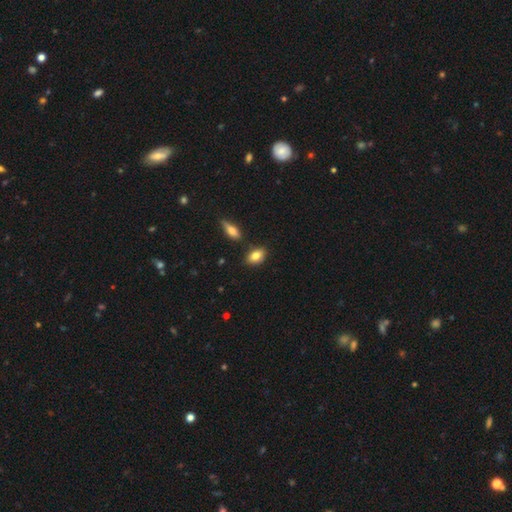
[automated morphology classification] Overall: smooth (82%). How rounded: in between (79%). Merging: none (79%).